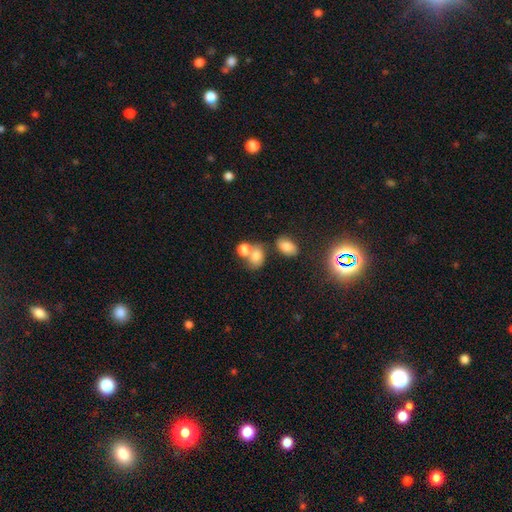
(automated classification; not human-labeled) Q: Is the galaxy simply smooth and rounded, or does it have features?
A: smooth — 77%.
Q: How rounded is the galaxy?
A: in between — 56%.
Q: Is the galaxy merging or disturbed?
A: merger — 44%.